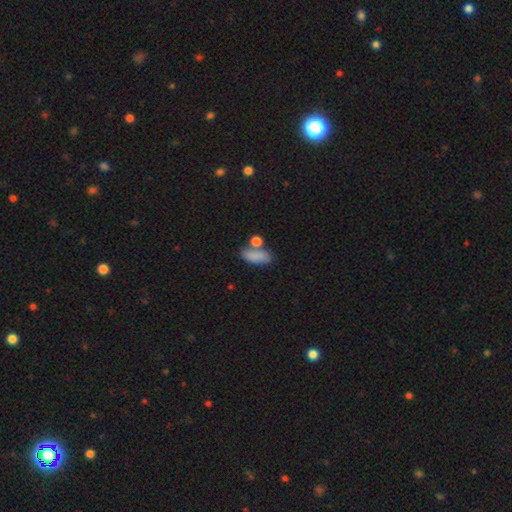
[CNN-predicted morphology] This appears to be a smooth galaxy with no disk features (82%) that is in between round and cigar-shaped (75%). Merging: none (56%).